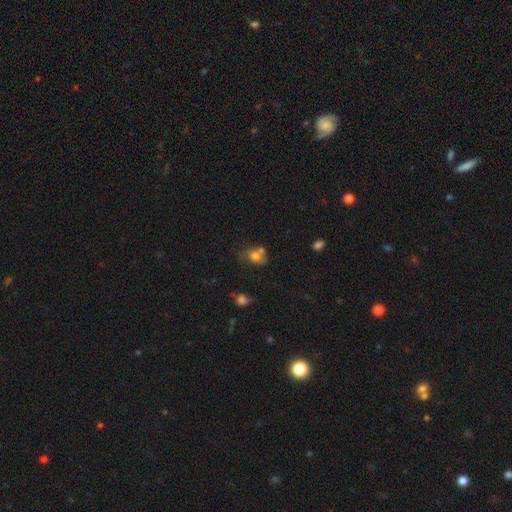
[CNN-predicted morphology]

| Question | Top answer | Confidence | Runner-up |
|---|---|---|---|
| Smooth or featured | smooth | 69% | featured or disk (18%) |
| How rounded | in between | 63% | round (36%) |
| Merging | none | 35% | merger (34%) |